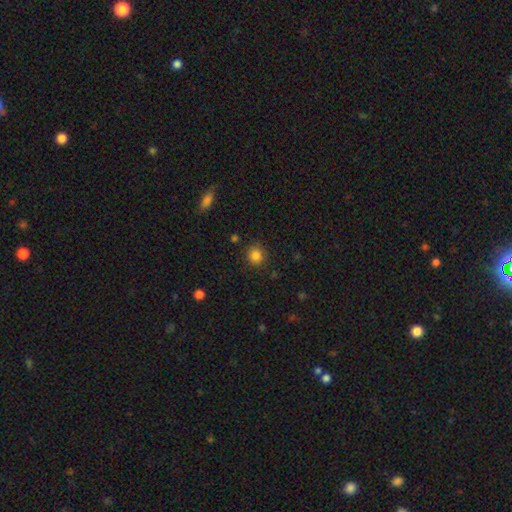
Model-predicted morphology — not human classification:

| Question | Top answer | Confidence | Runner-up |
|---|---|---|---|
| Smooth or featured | smooth | 84% | star or artifact (12%) |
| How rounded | round | 91% | in between (8%) |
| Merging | none | 87% | minor disturbance (9%) |